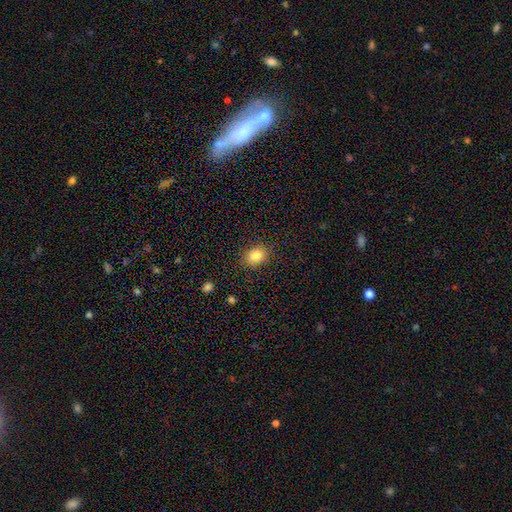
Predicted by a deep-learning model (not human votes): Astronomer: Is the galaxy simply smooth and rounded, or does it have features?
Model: smooth — 85%.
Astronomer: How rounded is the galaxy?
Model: in between — 51% (runner-up: round, 48%).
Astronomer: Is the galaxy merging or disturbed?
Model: none — 84%.